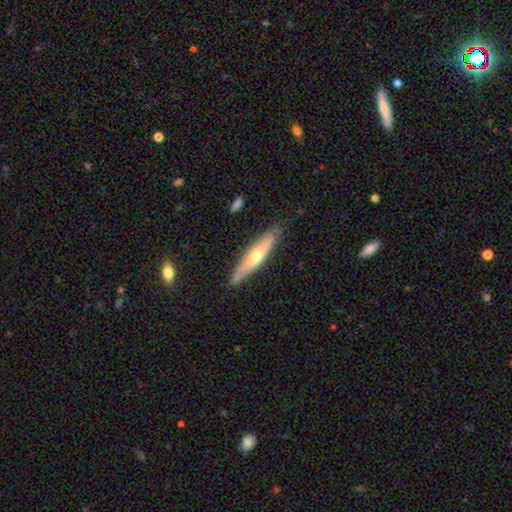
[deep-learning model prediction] smooth_or_featured: featured or disk (p=0.49) [alt: smooth p=0.45]
merging: none (p=0.82) [alt: minor disturbance p=0.14]